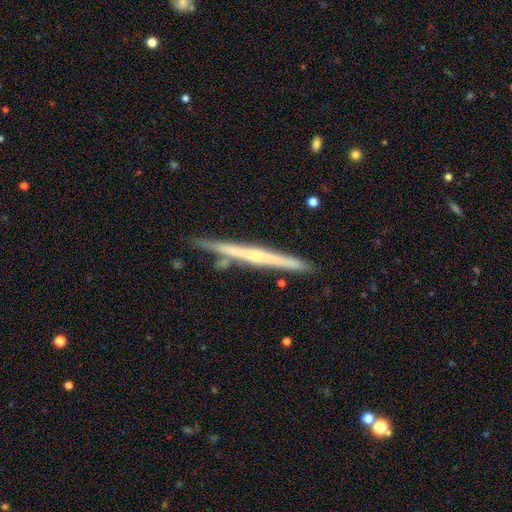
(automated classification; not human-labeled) Smooth or featured?
  - featured or disk: 67% *
  - smooth: 27%
  - star or artifact: 6%
Edge-on disk?
  - yes: 98% *
  - no: 2%
Edge-on bulge?
  - none: 61% *
  - rounded: 31%
  - boxy: 7%
Merging?
  - none: 85% *
  - minor disturbance: 10%
  - merger: 4%
  - major disturbance: 2%